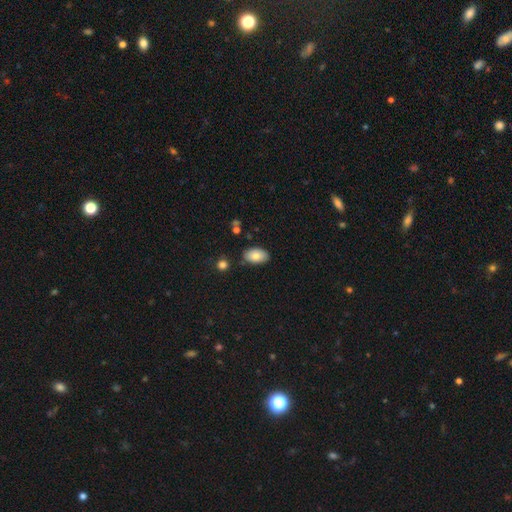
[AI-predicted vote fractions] A smooth galaxy with no disk features (82%) that is in between round and cigar-shaped (93%). Merging: none (81%).